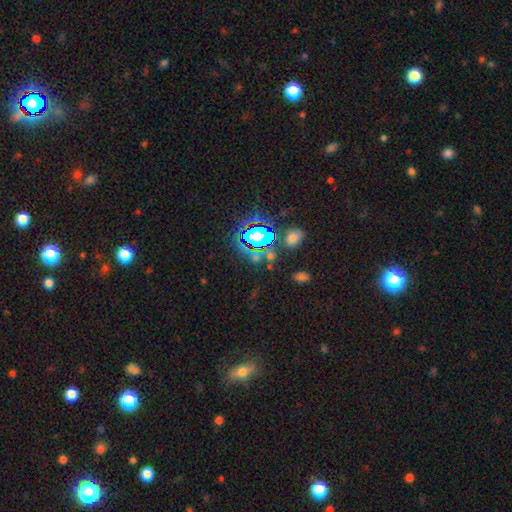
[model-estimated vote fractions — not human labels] Overall: star or artifact (70%).